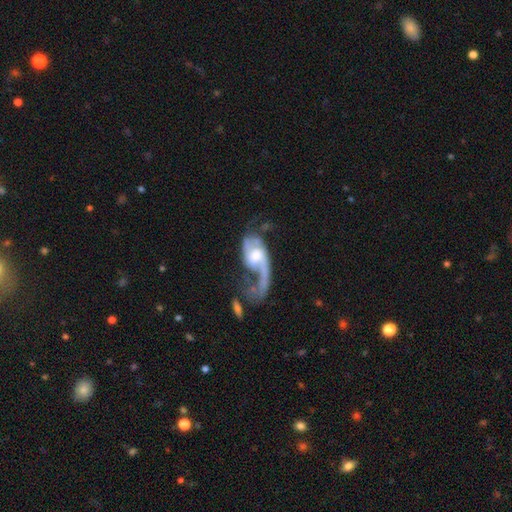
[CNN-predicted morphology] type=featured or disk (84%); edge-on=no (96%); bar=no (50%); spiral arms=yes (91%); winding=loose (65%); arm count=2 (54%); bulge=moderate (56%); merging=major disturbance (47%).